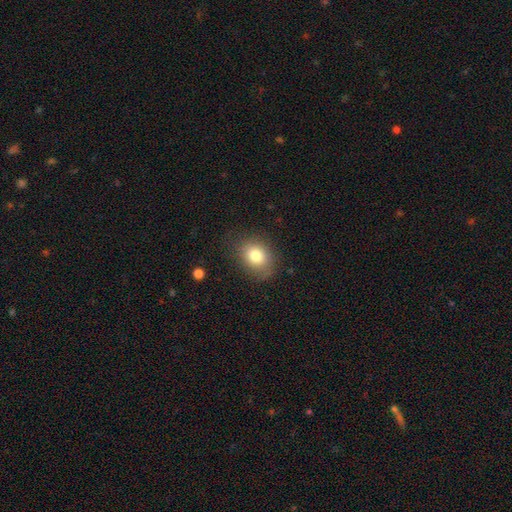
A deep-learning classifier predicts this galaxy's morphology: This appears to be a smooth galaxy with no disk features (80%) that is in between round and cigar-shaped (55%). Merging: none (77%).